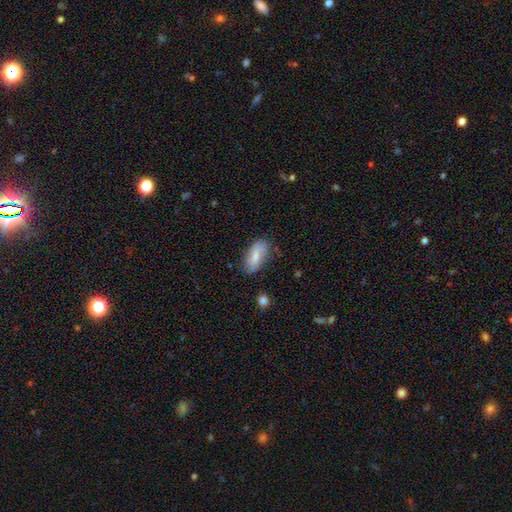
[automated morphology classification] A smooth galaxy with no disk features (64%) that is in between round and cigar-shaped (91%). Merging: none (77%).